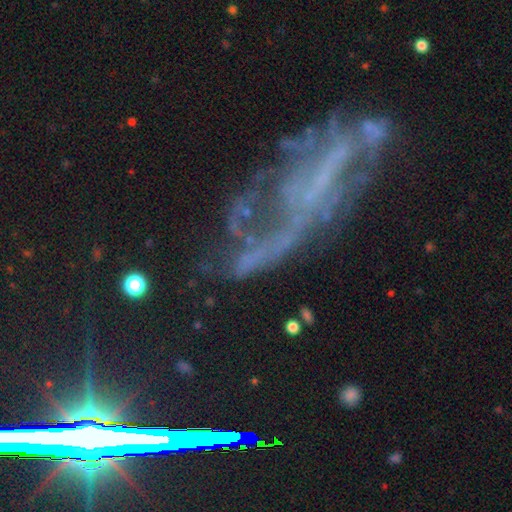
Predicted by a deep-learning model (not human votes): A featured or disk galaxy (62%) with no bar (53%), spiral arms (52%) and no central bulge (61%).

Vote fractions:
- Smooth or featured? featured or disk: 62% / star or artifact: 23% / smooth: 15%
- Edge-on disk? no: 86% / yes: 14%
- Bar? no: 53% / weak: 27% / strong: 21%
- Spiral arms? yes: 52% / no: 48%
- Bulge size? none: 61% / small: 22% / moderate: 12% / large: 3% / dominant: 2%
- Merging? major disturbance: 37% (tied) / none: 37% (tied) / minor disturbance: 17% / merger: 9%